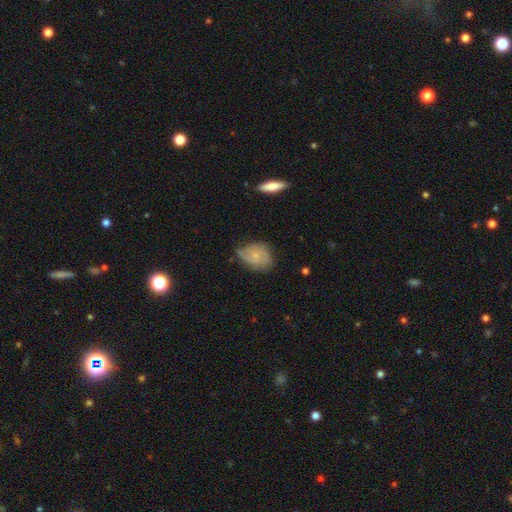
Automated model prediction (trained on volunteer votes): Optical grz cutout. It shows a featured or disk galaxy (49%). Merging: none (50%).